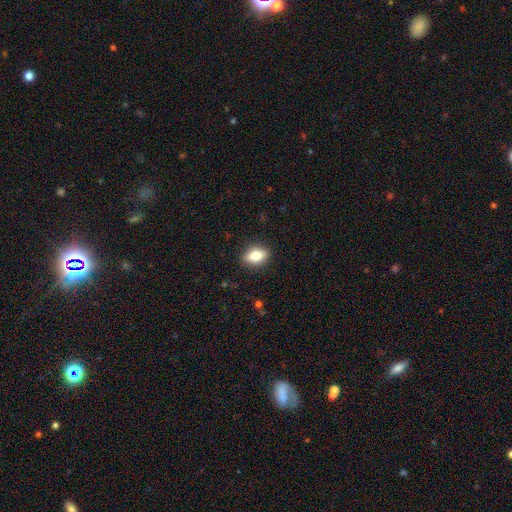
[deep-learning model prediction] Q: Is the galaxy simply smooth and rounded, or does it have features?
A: smooth — 74%.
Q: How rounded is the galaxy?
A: in between — 77%.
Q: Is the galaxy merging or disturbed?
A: none — 88%.